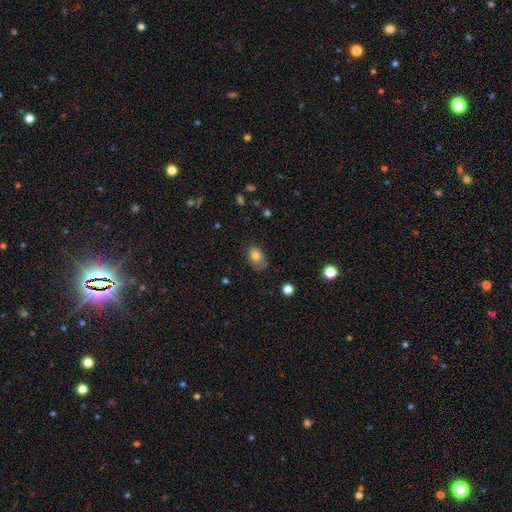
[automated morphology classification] A smooth galaxy with no disk features (77%) that is in between round and cigar-shaped (80%). Merging: none (57%).